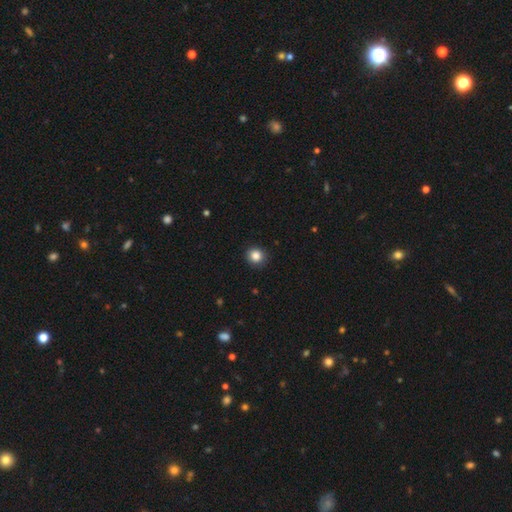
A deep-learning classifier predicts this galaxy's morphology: smooth_or_featured: smooth (p=0.85) [alt: star or artifact p=0.11]
how_rounded: round (p=0.88) [alt: in between p=0.11]
merging: none (p=0.91) [alt: minor disturbance p=0.06]